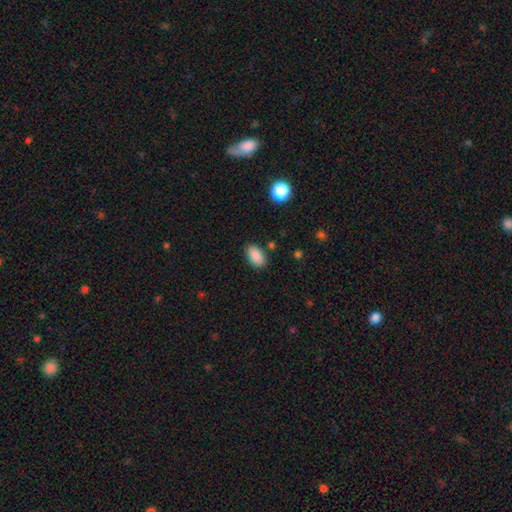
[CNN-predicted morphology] The model was most divided on "merging": none: 84%, minor disturbance: 11%, major disturbance: 3%, merger: 2%. More confident: how rounded — in between (91%); smooth or featured — smooth (88%).